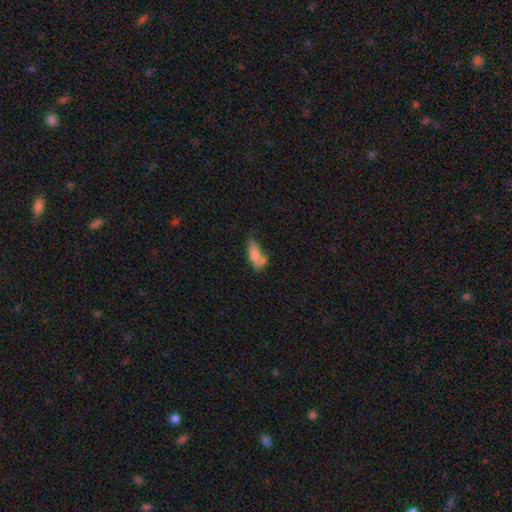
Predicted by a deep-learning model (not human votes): This is likely a smooth galaxy (75%). How rounded: likely in between (76%). Merging: marginally none (42%).